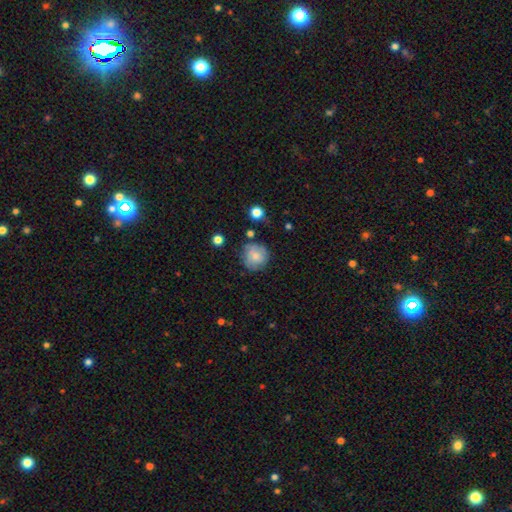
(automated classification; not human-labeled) Overall: smooth (71%). How rounded: round (88%). Merging: none (66%).